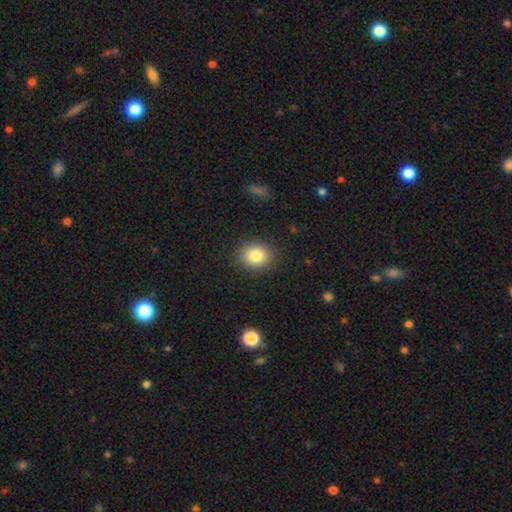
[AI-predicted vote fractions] Q: Smooth or featured?
A: smooth (83%); runner-up: star or artifact (10%)
Q: How rounded?
A: round (65%); runner-up: in between (34%)
Q: Merging?
A: none (88%); runner-up: minor disturbance (8%)